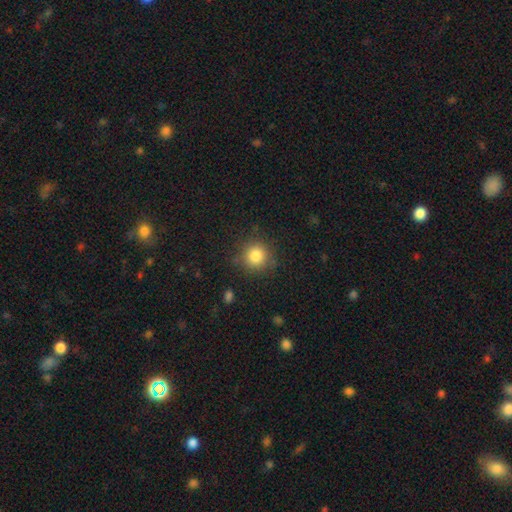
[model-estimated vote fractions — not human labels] Smooth or featured: smooth — 83% (star or artifact — 11%)
How rounded: round — 91% (in between — 8%)
Merging: none — 83% (minor disturbance — 11%)